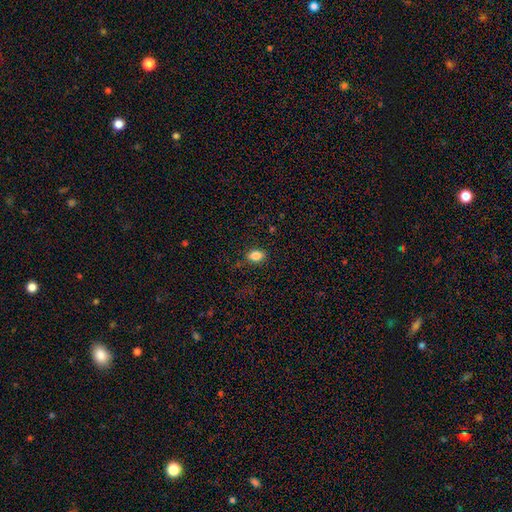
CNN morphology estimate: The model was most divided on "how rounded": in between: 80%, round: 19%, cigar-shaped: 2%. More confident: smooth or featured — smooth (84%); merging — none (83%).